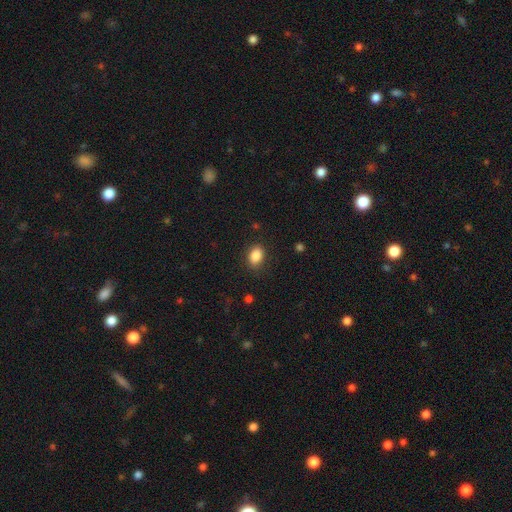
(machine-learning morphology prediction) Overall: smooth (87%). How rounded: in between (80%). Merging: none (85%).